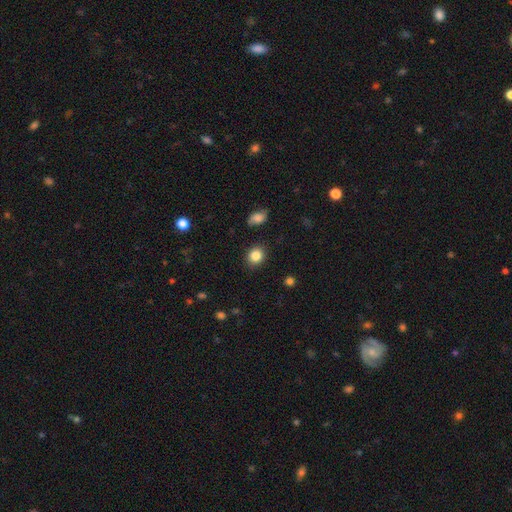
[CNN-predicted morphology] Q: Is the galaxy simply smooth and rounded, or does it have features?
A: smooth — 85%.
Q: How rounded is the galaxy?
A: round — 70%.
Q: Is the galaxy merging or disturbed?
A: none — 88%.